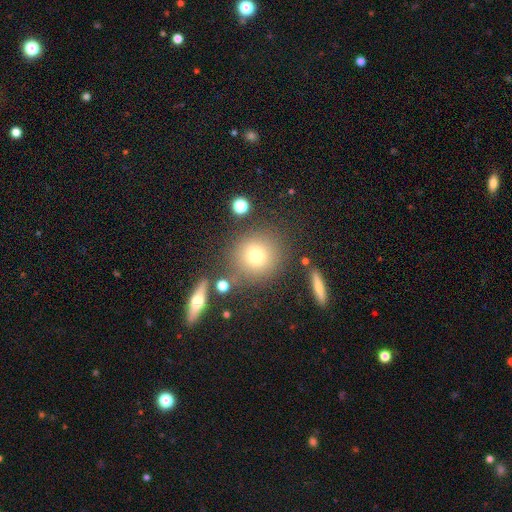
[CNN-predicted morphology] Smooth or featured? smooth (72%)
How rounded? round (88%)
Merging? none (77%)